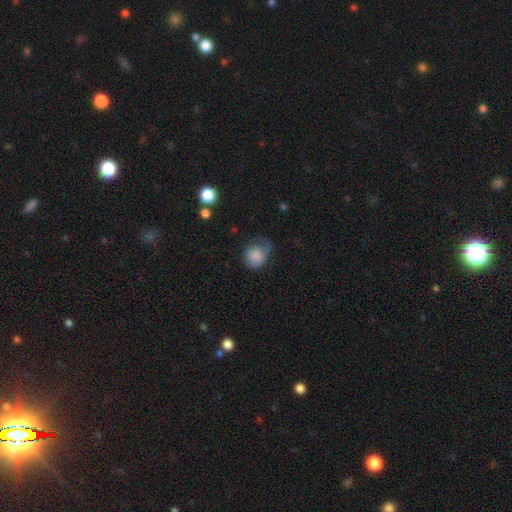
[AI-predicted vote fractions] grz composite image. It shows a smooth galaxy with no disk features (81%) that is round (66%). Merging: minor disturbance (36%).